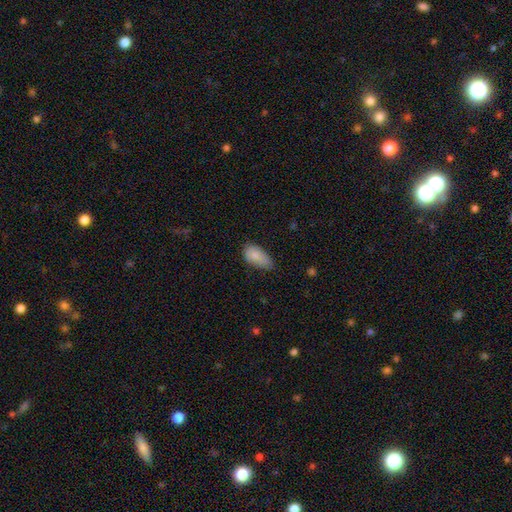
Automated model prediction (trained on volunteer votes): smooth 82%, featured or disk 11%, star or artifact 7%. Down the decision tree: how rounded — in between (93%); merging — none (49%).